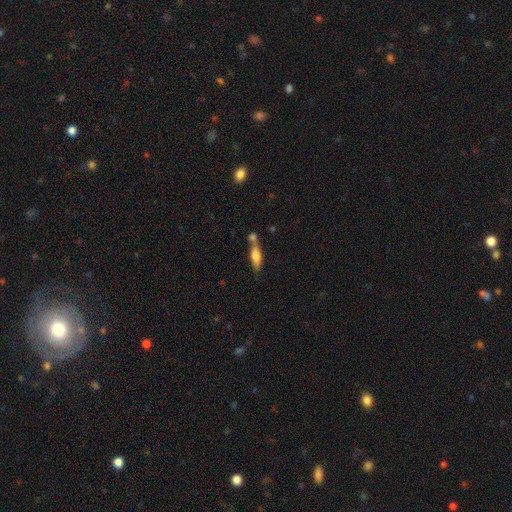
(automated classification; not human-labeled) Smooth or featured?
  - smooth: 66% *
  - featured or disk: 27%
  - star or artifact: 7%
How rounded?
  - cigar-shaped: 53% *
  - in between: 44%
  - round: 3%
Merging?
  - none: 45% *
  - merger: 37%
  - minor disturbance: 14%
  - major disturbance: 5%